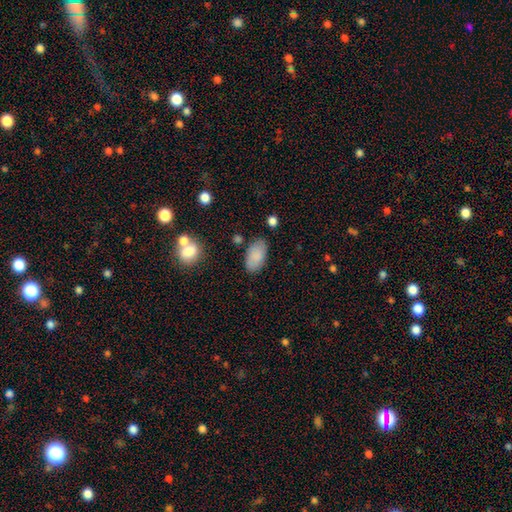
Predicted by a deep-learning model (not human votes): A smooth galaxy with no disk features (85%) that is in between round and cigar-shaped (94%).

Vote fractions:
- Smooth or featured? smooth: 85% / featured or disk: 7% / star or artifact: 7%
- How rounded? in between: 94% / round: 4% / cigar-shaped: 2%
- Merging? none: 79% / minor disturbance: 14% / major disturbance: 4% / merger: 4%